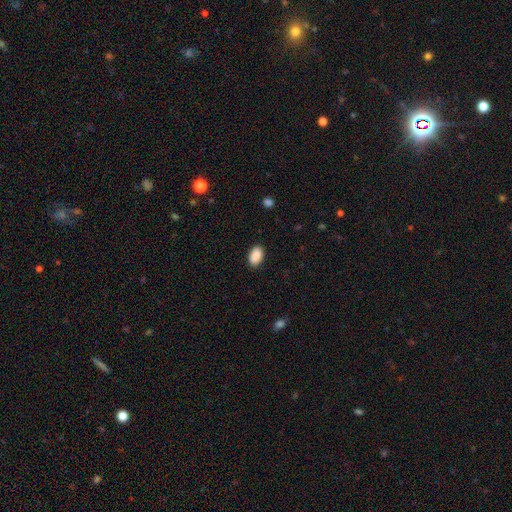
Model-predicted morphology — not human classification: smooth-or-featured: smooth: 90% | star or artifact: 7% | featured or disk: 3%
  how-rounded: in between: 91% | round: 7% | cigar-shaped: 1%
  merging: none: 88% | minor disturbance: 9% | major disturbance: 2% | merger: 1%